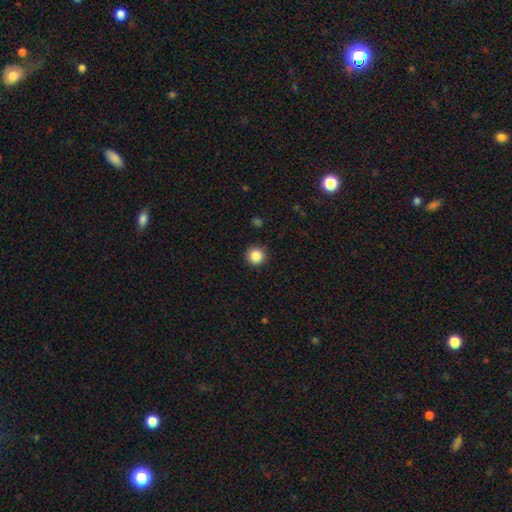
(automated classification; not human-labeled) Smooth or featured? smooth (86%)
How rounded? round (96%)
Merging? none (92%)